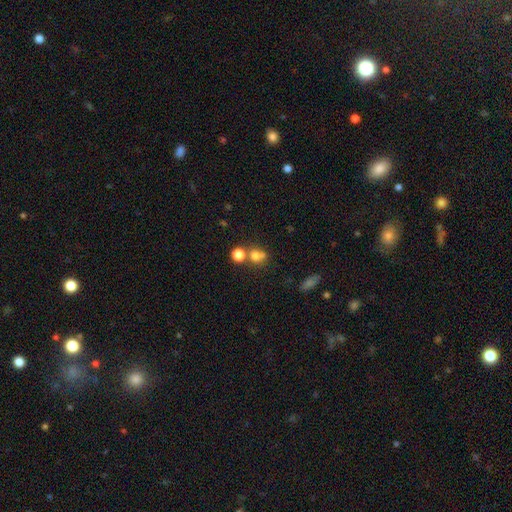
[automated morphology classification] This appears to be a smooth galaxy with no disk features (72%) that is round (76%). Merging: none (45%).